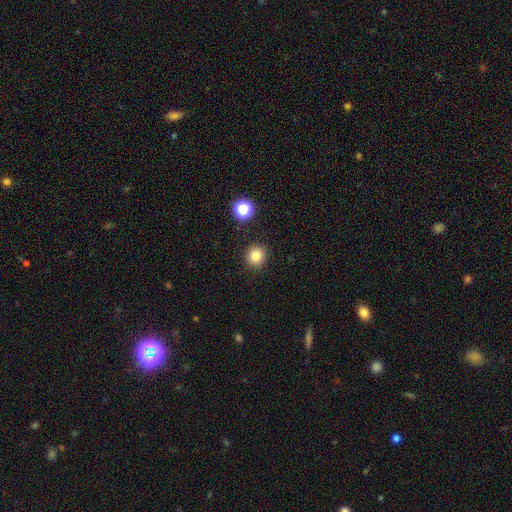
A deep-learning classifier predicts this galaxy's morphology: A smooth galaxy with no disk features (82%) that is round (89%).

Vote fractions:
- Smooth or featured? smooth: 82% / star or artifact: 13% / featured or disk: 6%
- How rounded? round: 89% / in between: 10% / cigar-shaped: 1%
- Merging? none: 90% / minor disturbance: 6% / major disturbance: 2% / merger: 2%